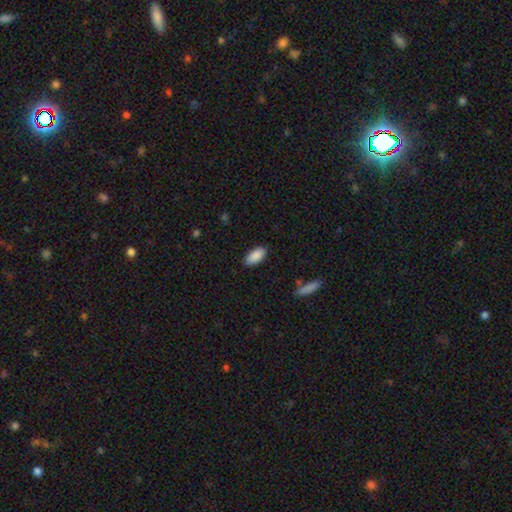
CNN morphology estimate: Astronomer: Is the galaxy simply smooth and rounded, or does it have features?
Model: smooth — 89%.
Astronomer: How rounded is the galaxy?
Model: in between — 92%.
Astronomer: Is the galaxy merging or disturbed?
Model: none — 87%.